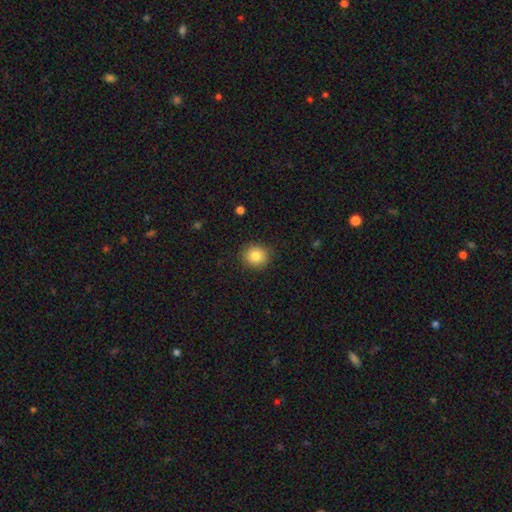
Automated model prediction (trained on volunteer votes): Smooth or featured? Predicted: smooth (p=0.84). How rounded? Predicted: round (p=0.86). Merging? Predicted: none (p=0.90).